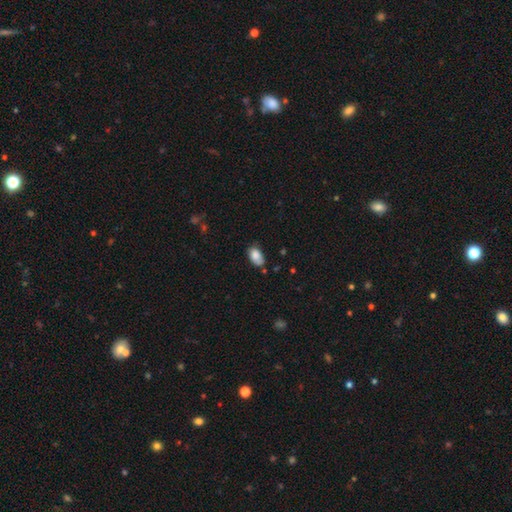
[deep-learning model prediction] Smooth or featured: smooth — 83% (featured or disk — 10%)
How rounded: in between — 92% (round — 7%)
Merging: none — 60% (minor disturbance — 30%)